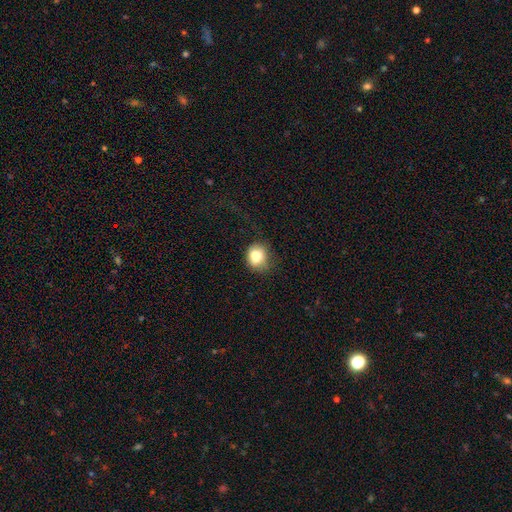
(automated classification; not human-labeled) Smooth or featured?
  - smooth: 81% *
  - star or artifact: 10%
  - featured or disk: 9%
How rounded?
  - round: 67% *
  - in between: 32%
  - cigar-shaped: 1%
Merging?
  - none: 64% *
  - minor disturbance: 24%
  - major disturbance: 10%
  - merger: 2%